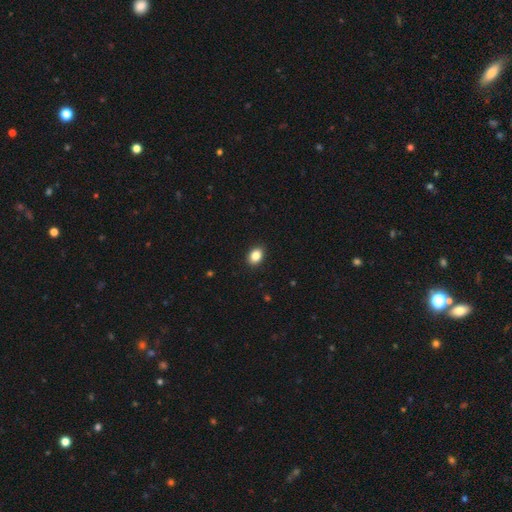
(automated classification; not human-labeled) A smooth galaxy with no disk features (86%) that is in between round and cigar-shaped (72%). Merging: none (91%).